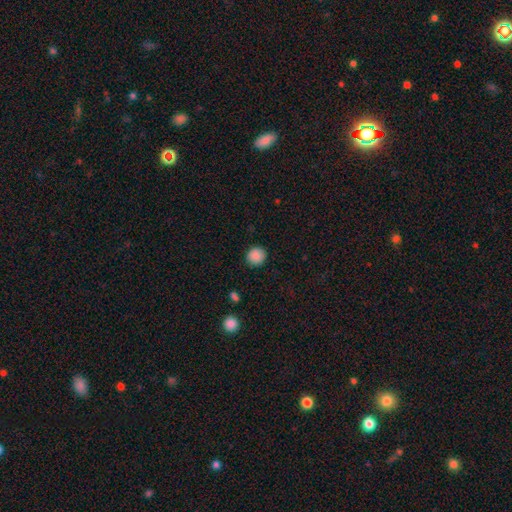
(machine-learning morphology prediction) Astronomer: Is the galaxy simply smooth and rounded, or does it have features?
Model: smooth — 88%.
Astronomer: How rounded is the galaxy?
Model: round — 88%.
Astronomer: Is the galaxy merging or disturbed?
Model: none — 89%.